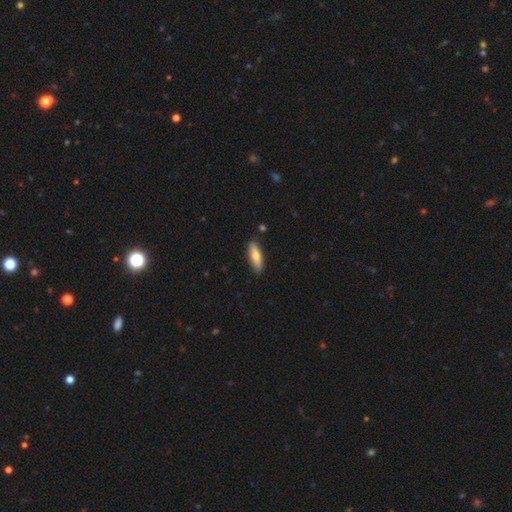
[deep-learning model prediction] Smooth or featured?
  - smooth: 71% *
  - featured or disk: 24%
  - star or artifact: 6%
How rounded?
  - in between: 50% *
  - cigar-shaped: 48%
  - round: 2%
Merging?
  - none: 87% *
  - minor disturbance: 9%
  - merger: 2%
  - major disturbance: 2%